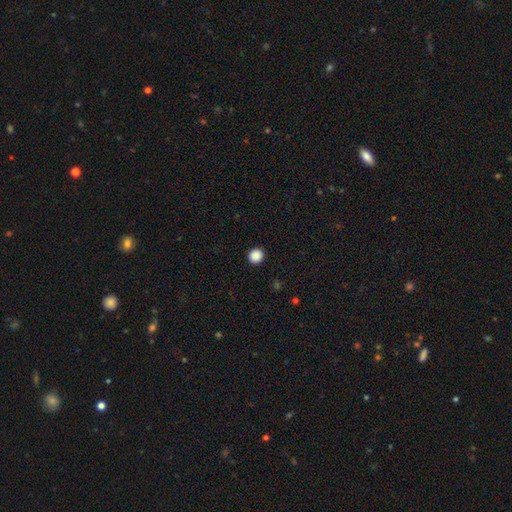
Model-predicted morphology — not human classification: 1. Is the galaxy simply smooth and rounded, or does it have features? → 88% smooth, 10% star or artifact, 2% featured or disk.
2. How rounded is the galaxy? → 93% round, 6% in between, 1% cigar-shaped.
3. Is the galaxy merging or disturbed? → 93% none, 4% minor disturbance, 2% major disturbance, 1% merger.